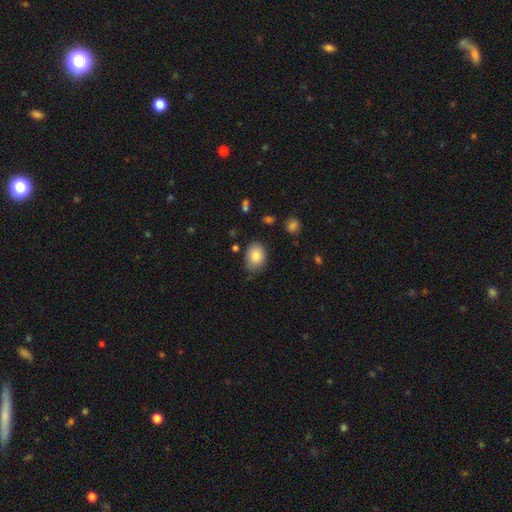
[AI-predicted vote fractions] smooth 84%, featured or disk 8%, star or artifact 8%. Down the decision tree: how rounded — in between (75%); merging — none (72%).